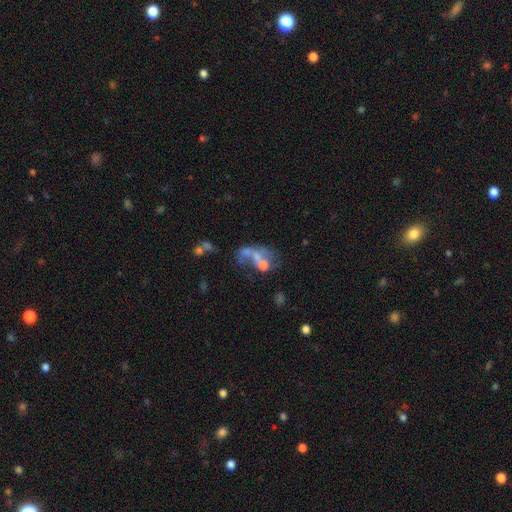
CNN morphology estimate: Smooth or featured?
  - featured or disk: 45% *
  - smooth: 37%
  - star or artifact: 18%
Merging?
  - merger: 49% *
  - major disturbance: 21%
  - none: 20%
  - minor disturbance: 10%